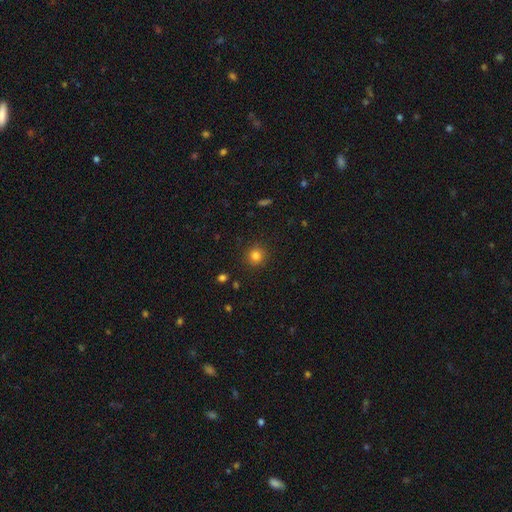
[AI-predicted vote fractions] Smooth or featured: smooth — 82% (star or artifact — 13%)
How rounded: round — 93% (in between — 6%)
Merging: none — 90% (minor disturbance — 6%)